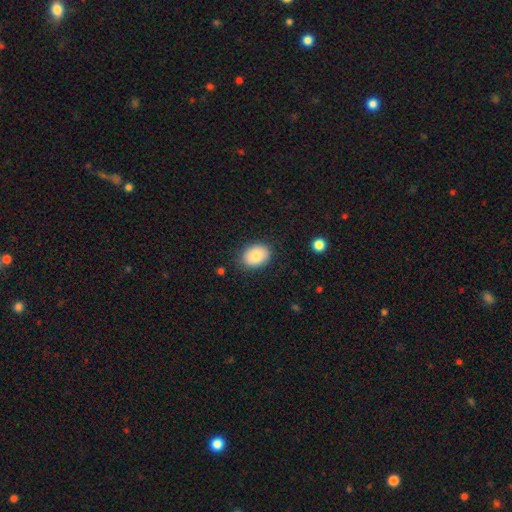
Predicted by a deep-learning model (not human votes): Smooth or featured?
  - smooth: 85% *
  - featured or disk: 8%
  - star or artifact: 7%
How rounded?
  - in between: 72% *
  - round: 27%
  - cigar-shaped: 1%
Merging?
  - none: 84% *
  - minor disturbance: 12%
  - major disturbance: 3%
  - merger: 1%